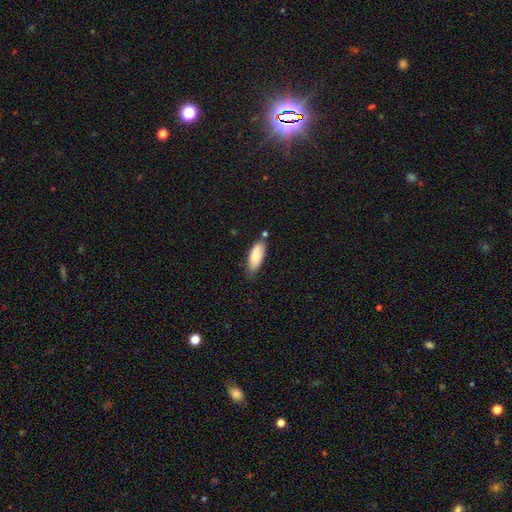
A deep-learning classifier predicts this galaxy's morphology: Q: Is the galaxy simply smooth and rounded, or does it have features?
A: smooth — 84%.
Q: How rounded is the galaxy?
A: in between — 74%.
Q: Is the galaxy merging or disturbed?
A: none — 62%.